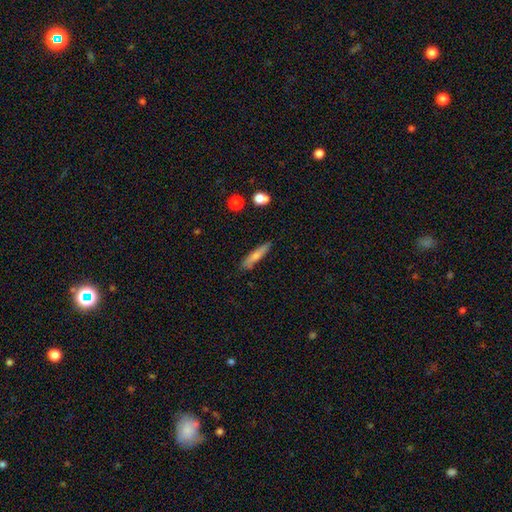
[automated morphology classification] A smooth galaxy with no disk features (70%) that is cigar-shaped (85%).

Vote fractions:
- Smooth or featured? smooth: 70% / featured or disk: 24% / star or artifact: 7%
- How rounded? cigar-shaped: 85% / in between: 13% / round: 2%
- Merging? none: 79% / minor disturbance: 15% / major disturbance: 3% / merger: 3%